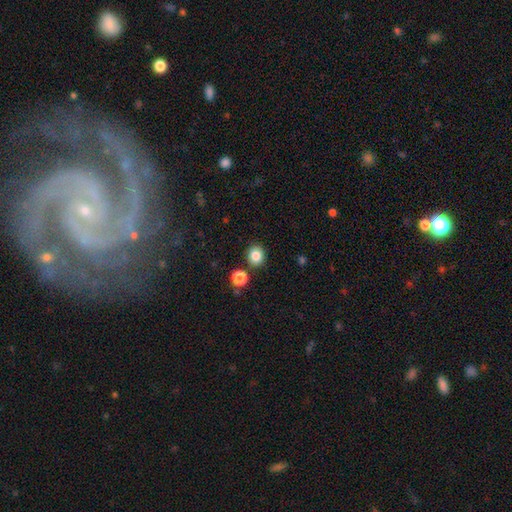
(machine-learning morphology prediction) Smooth or featured?
  - smooth: 84% *
  - star or artifact: 11%
  - featured or disk: 5%
How rounded?
  - round: 76% *
  - in between: 23%
  - cigar-shaped: 1%
Merging?
  - none: 84% *
  - minor disturbance: 8%
  - merger: 6%
  - major disturbance: 2%